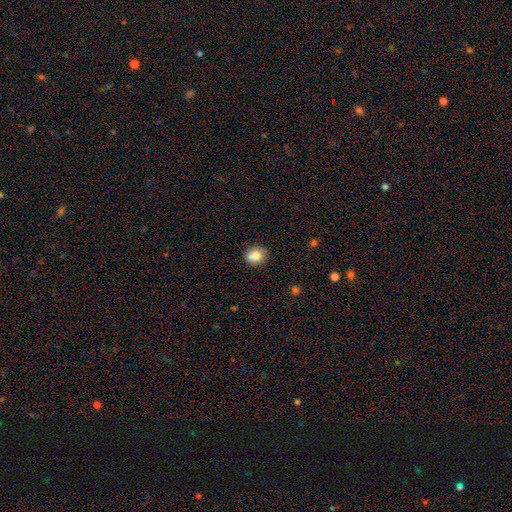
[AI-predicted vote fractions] smooth-or-featured: smooth: 77% | featured or disk: 14% | star or artifact: 10%
  how-rounded: round: 64% | in between: 35% | cigar-shaped: 1%
  merging: none: 64% | minor disturbance: 17% | merger: 15% | major disturbance: 4%